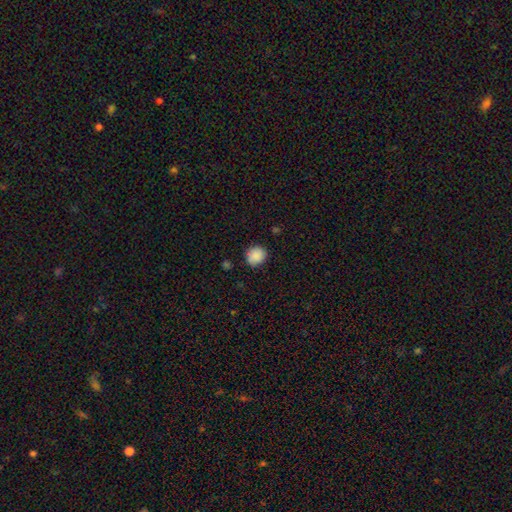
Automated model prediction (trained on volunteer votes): Smooth or featured?
  - smooth: 87% *
  - star or artifact: 9%
  - featured or disk: 4%
How rounded?
  - round: 82% *
  - in between: 17%
  - cigar-shaped: 1%
Merging?
  - none: 79% *
  - minor disturbance: 16%
  - major disturbance: 3%
  - merger: 2%